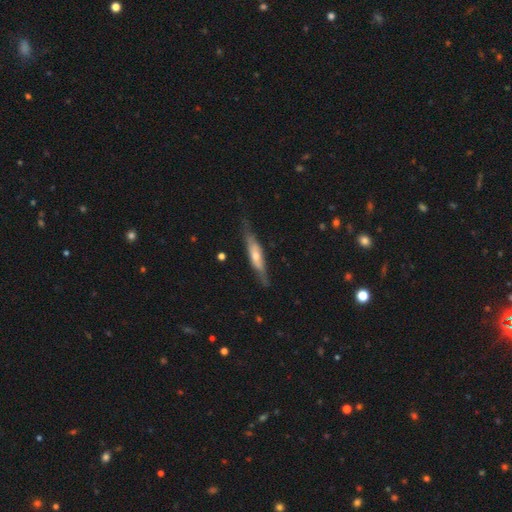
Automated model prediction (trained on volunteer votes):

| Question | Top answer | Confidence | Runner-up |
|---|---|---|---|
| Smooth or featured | featured or disk | 60% | smooth (34%) |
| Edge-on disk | yes | 78% | no (22%) |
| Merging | none | 73% | minor disturbance (20%) |